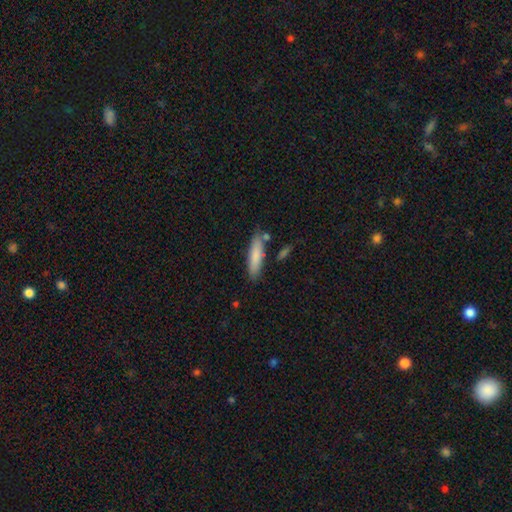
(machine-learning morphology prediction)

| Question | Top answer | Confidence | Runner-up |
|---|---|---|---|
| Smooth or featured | smooth | 81% | featured or disk (13%) |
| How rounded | cigar-shaped | 73% | in between (25%) |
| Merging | none | 79% | minor disturbance (12%) |